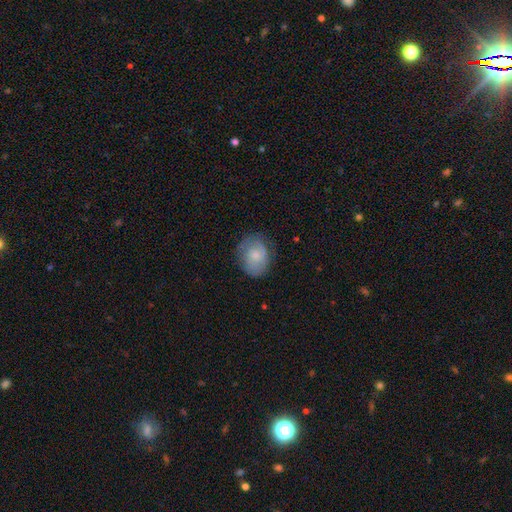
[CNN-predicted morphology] Smooth or featured? smooth (62%)
How rounded? in between (53%)
Merging? none (72%)